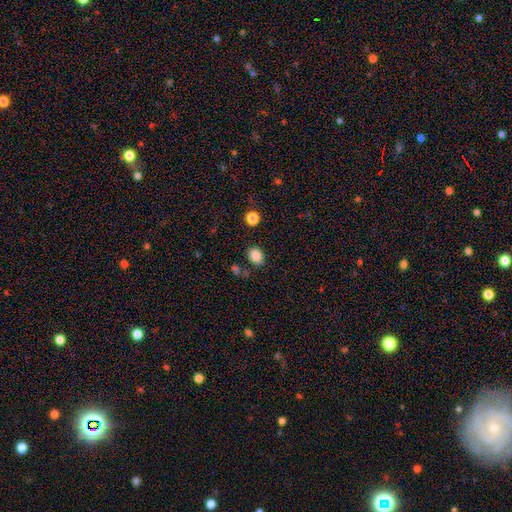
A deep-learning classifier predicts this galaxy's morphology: smooth_or_featured: smooth (p=0.85) [alt: star or artifact p=0.11]
how_rounded: round (p=0.50) [alt: in between p=0.49]
merging: none (p=0.78) [alt: minor disturbance p=0.13]